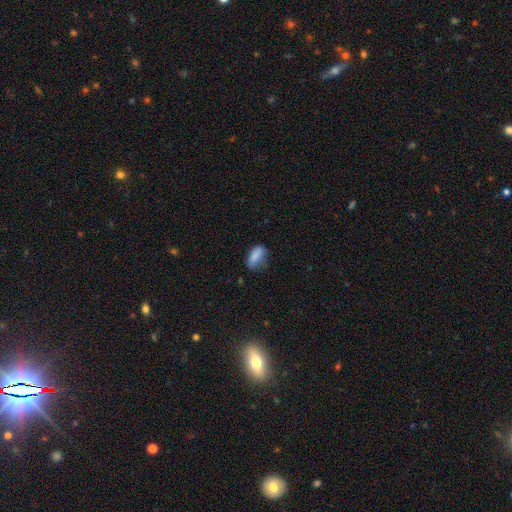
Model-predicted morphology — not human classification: This appears to be a smooth galaxy with no disk features (85%) that is in between round and cigar-shaped (87%). Merging: none (59%).